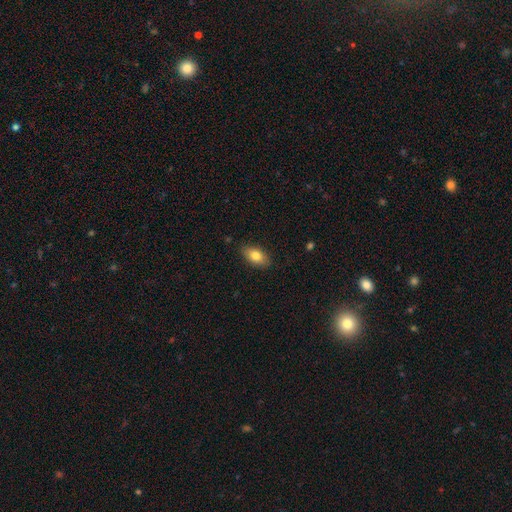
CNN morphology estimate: Smooth or featured?
  - smooth: 80% *
  - featured or disk: 12%
  - star or artifact: 7%
How rounded?
  - in between: 90% *
  - round: 6%
  - cigar-shaped: 4%
Merging?
  - none: 86% *
  - minor disturbance: 11%
  - major disturbance: 2%
  - merger: 1%